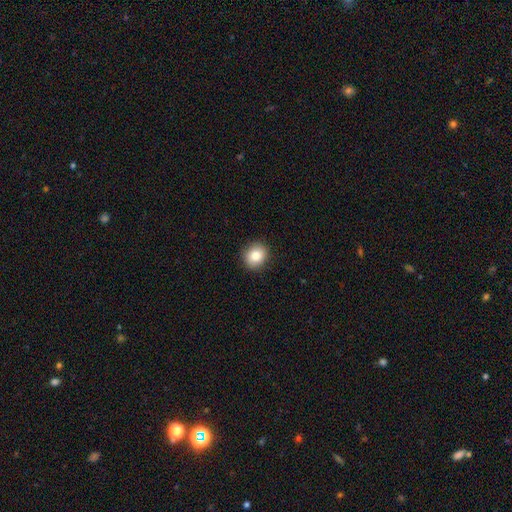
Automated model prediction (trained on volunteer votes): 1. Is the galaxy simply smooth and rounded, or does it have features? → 83% smooth, 9% star or artifact, 7% featured or disk.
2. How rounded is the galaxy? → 82% round, 17% in between, 1% cigar-shaped.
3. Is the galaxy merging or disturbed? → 90% none, 7% minor disturbance, 2% major disturbance, 1% merger.